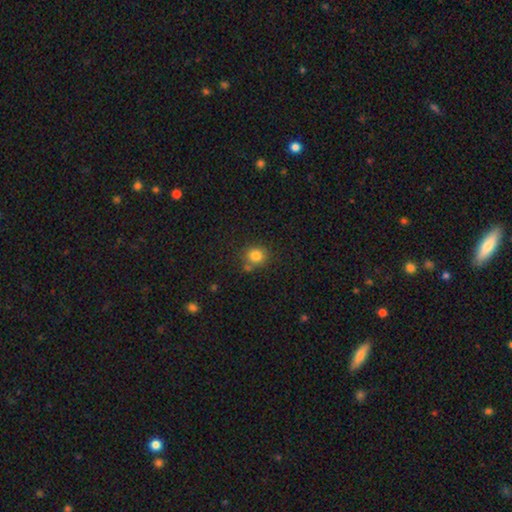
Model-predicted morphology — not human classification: smooth 82%, star or artifact 11%, featured or disk 6%. Down the decision tree: how rounded — round (76%); merging — none (69%).